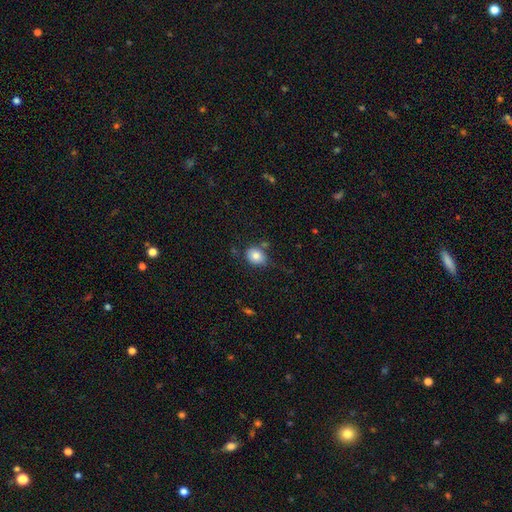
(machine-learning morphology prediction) A smooth galaxy with no disk features (80%) that is round (56%). Merging: none (70%).